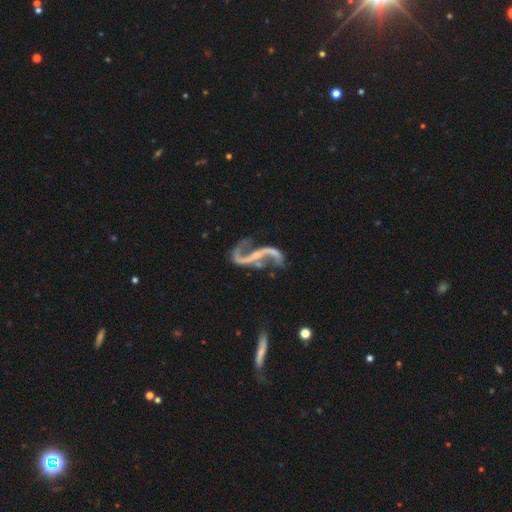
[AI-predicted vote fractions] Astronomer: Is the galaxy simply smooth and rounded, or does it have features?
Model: featured or disk — 91%.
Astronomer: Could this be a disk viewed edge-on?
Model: no — 96%.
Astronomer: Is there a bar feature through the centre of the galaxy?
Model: no — 37% (runner-up: weak, 33%).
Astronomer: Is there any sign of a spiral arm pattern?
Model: yes — 94%.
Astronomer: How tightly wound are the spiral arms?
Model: loose — 88%.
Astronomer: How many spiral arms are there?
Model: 2 — 92%.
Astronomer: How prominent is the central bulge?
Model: small — 52% (runner-up: none, 38%).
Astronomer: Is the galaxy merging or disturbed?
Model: none — 53%.